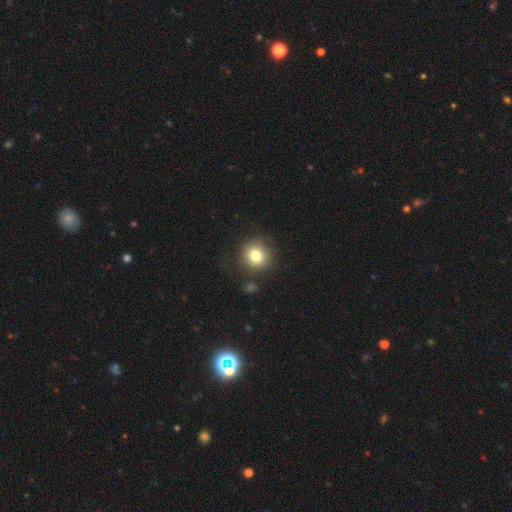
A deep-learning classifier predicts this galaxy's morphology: Smooth or featured? smooth (79%)
How rounded? round (91%)
Merging? none (83%)